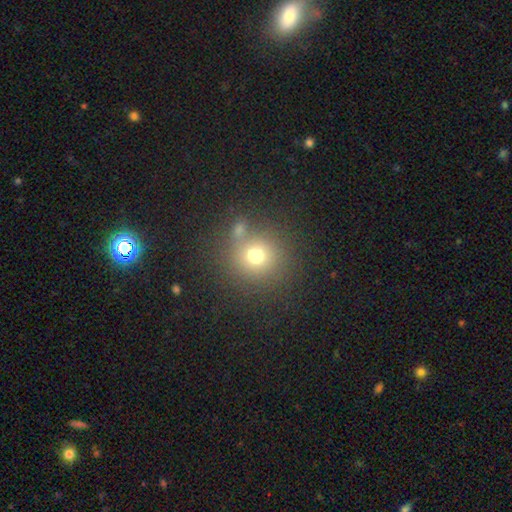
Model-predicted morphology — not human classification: A smooth galaxy with no disk features (71%) that is round (92%).

Vote fractions:
- Smooth or featured? smooth: 71% / star or artifact: 18% / featured or disk: 11%
- How rounded? round: 92% / in between: 7% / cigar-shaped: 1%
- Merging? none: 74% / merger: 11% / minor disturbance: 10% / major disturbance: 5%